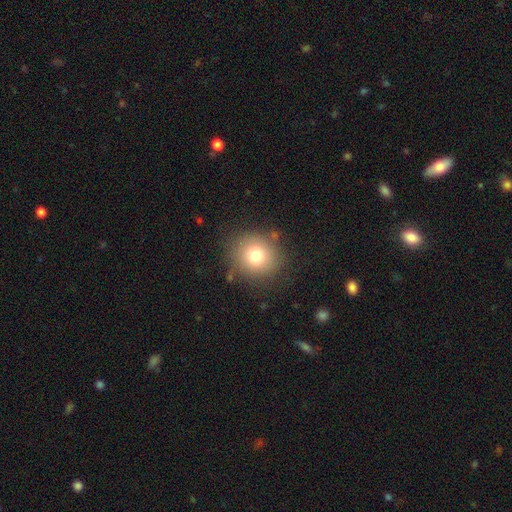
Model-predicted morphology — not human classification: Smooth or featured: smooth — 76% (star or artifact — 13%)
How rounded: round — 88% (in between — 11%)
Merging: none — 83% (minor disturbance — 10%)